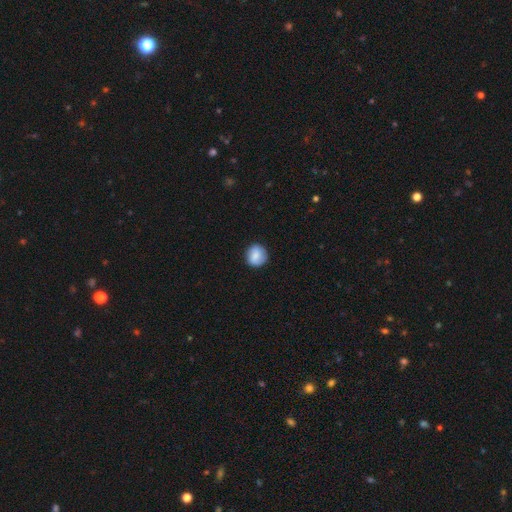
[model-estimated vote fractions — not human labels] smooth 80%, featured or disk 12%, star or artifact 7%. Down the decision tree: how rounded — round (89%); merging — none (85%).